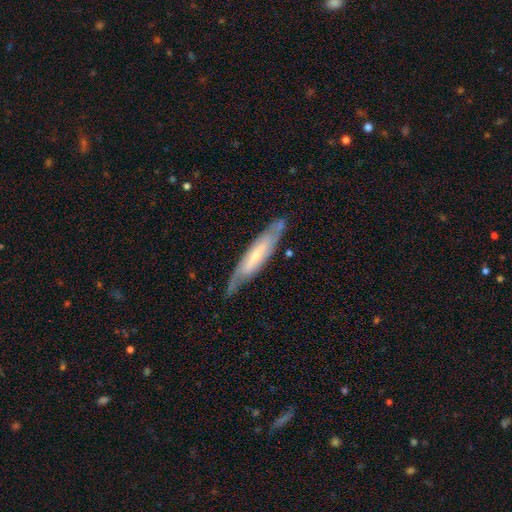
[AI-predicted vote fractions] This is likely a featured or disk galaxy (69%). It is possibly not viewed edge-on (54%). Merging: likely none (73%).